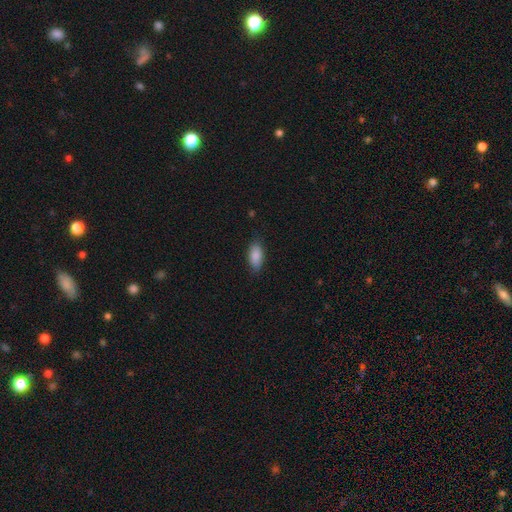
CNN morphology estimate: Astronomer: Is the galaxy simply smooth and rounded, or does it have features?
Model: smooth — 88%.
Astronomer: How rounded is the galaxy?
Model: in between — 89%.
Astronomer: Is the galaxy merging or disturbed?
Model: none — 82%.